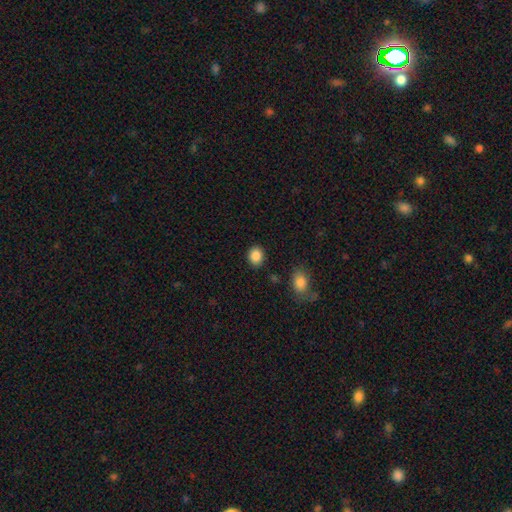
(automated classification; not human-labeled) smooth_or_featured: smooth (p=0.87) [alt: star or artifact p=0.09]
how_rounded: round (p=0.68) [alt: in between p=0.32]
merging: none (p=0.88) [alt: minor disturbance p=0.07]